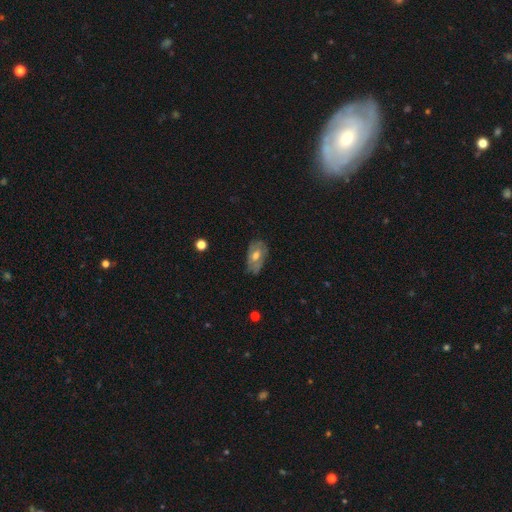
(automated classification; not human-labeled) featured or disk 49%, smooth 42%, star or artifact 9%. Down the decision tree: merging — none (62%).